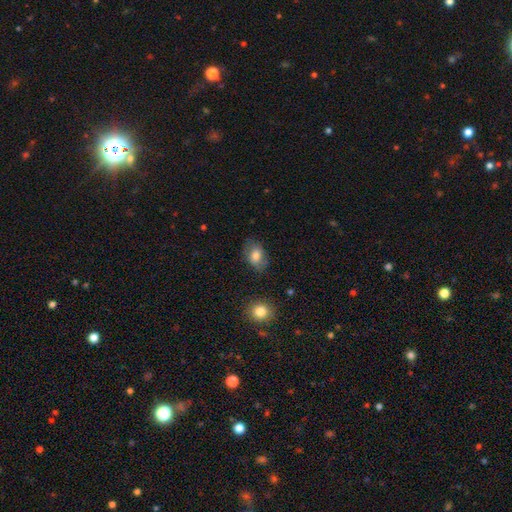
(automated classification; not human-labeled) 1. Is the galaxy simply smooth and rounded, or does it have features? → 73% smooth, 18% featured or disk, 9% star or artifact.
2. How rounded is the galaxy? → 80% in between, 19% round, 1% cigar-shaped.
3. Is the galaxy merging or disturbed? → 71% none, 20% minor disturbance, 7% major disturbance, 2% merger.